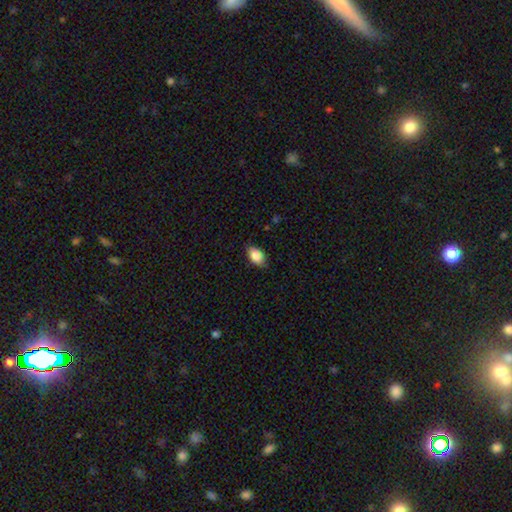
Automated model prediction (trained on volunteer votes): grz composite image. It shows a smooth galaxy with no disk features (87%) that is in between round and cigar-shaped (89%). Merging: none (81%).